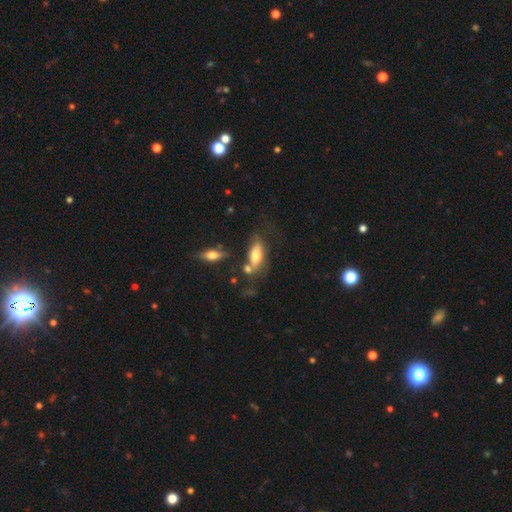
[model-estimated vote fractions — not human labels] Q: Smooth or featured?
A: smooth (66%); runner-up: featured or disk (27%)
Q: How rounded?
A: in between (77%); runner-up: cigar-shaped (20%)
Q: Merging?
A: none (48%); runner-up: minor disturbance (22%)